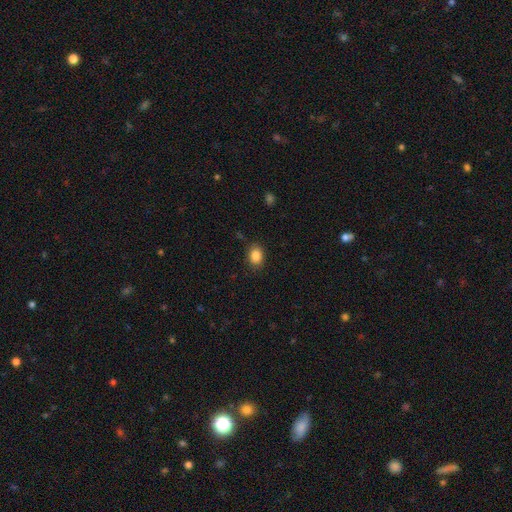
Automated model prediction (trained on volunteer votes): Smooth or featured: smooth — 87% (star or artifact — 9%)
How rounded: in between — 65% (round — 34%)
Merging: none — 84% (minor disturbance — 11%)